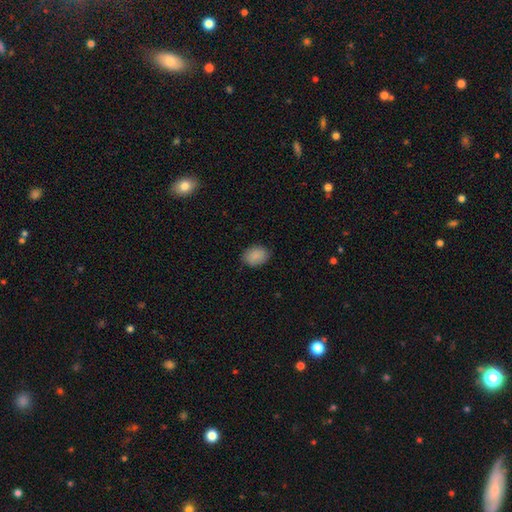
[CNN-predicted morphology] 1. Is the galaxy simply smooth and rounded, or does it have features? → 89% smooth, 7% star or artifact, 3% featured or disk.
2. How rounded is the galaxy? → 75% in between, 24% round, 1% cigar-shaped.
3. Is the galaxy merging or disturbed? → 86% none, 11% minor disturbance, 2% major disturbance, 1% merger.